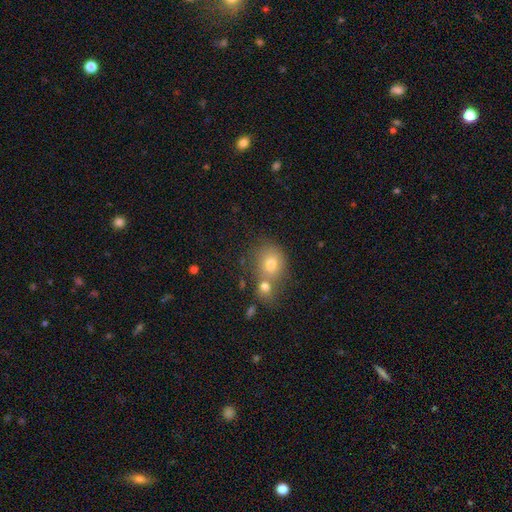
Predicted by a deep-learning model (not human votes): smooth_or_featured: smooth (p=0.66) [alt: star or artifact p=0.21]
how_rounded: round (p=0.75) [alt: in between p=0.24]
merging: none (p=0.53) [alt: merger p=0.32]